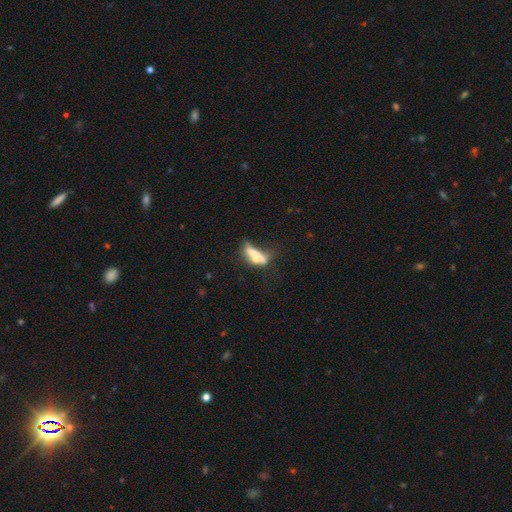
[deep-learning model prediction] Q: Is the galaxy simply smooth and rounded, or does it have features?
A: smooth — 55%.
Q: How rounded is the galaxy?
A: in between — 56%.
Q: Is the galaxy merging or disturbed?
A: major disturbance — 32%.